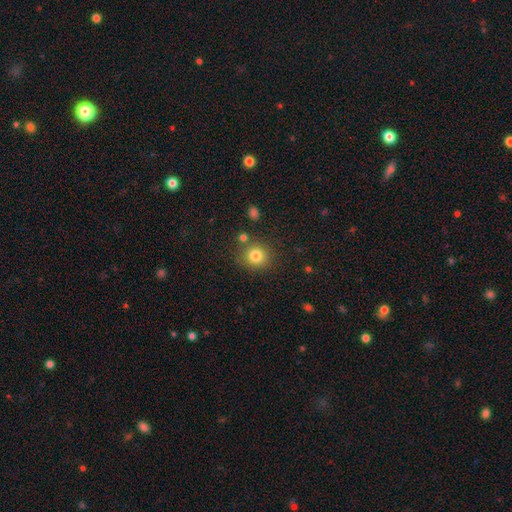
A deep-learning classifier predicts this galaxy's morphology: Smooth or featured?
  - smooth: 81% *
  - star or artifact: 12%
  - featured or disk: 7%
How rounded?
  - round: 87% *
  - in between: 12%
  - cigar-shaped: 1%
Merging?
  - none: 81% *
  - minor disturbance: 9%
  - merger: 7%
  - major disturbance: 3%